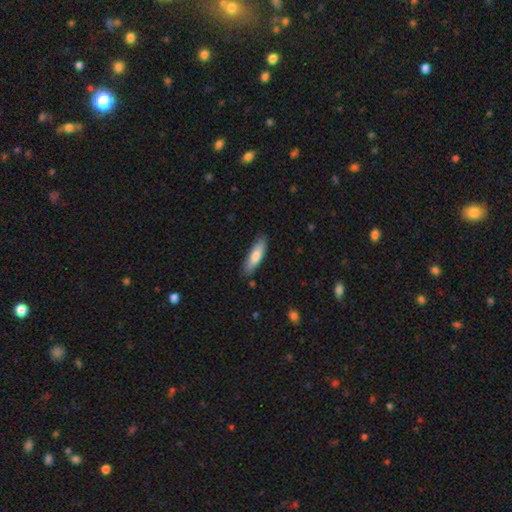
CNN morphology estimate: Smooth or featured? Predicted: smooth (p=0.75). How rounded? Predicted: cigar-shaped (p=0.61). Merging? Predicted: none (p=0.85).